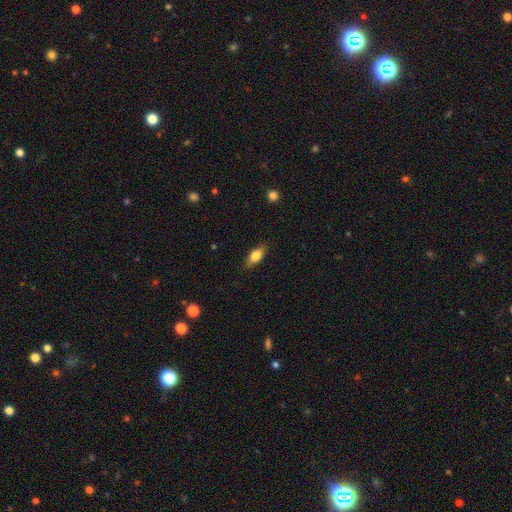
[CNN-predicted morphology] This is likely a smooth galaxy (75%). How rounded: likely in between (79%). Merging: clearly none (83%).